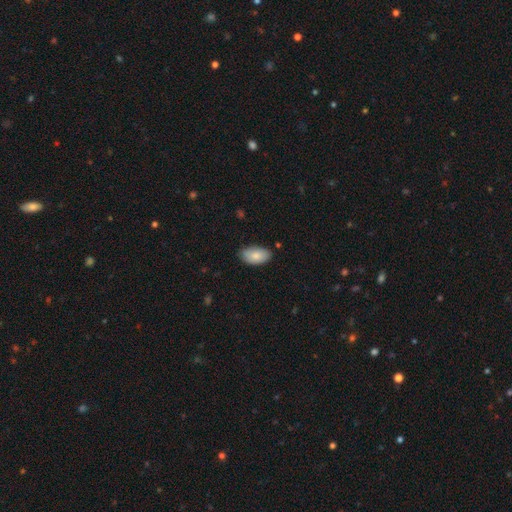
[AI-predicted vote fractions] smooth 84%, featured or disk 10%, star or artifact 6%. Down the decision tree: how rounded — in between (95%); merging — none (80%).